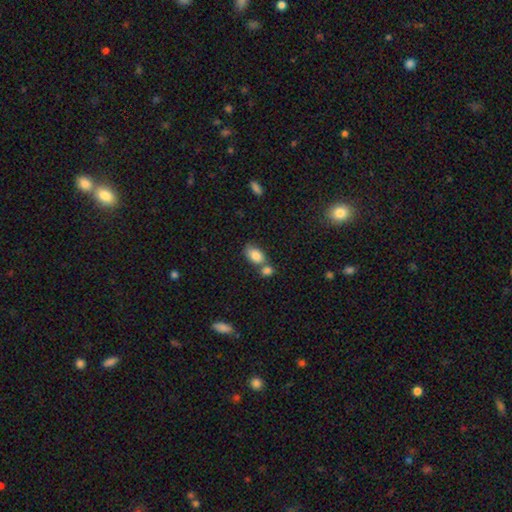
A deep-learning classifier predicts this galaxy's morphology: smooth 84%, featured or disk 8%, star or artifact 8%. Down the decision tree: how rounded — in between (89%); merging — merger (45%).